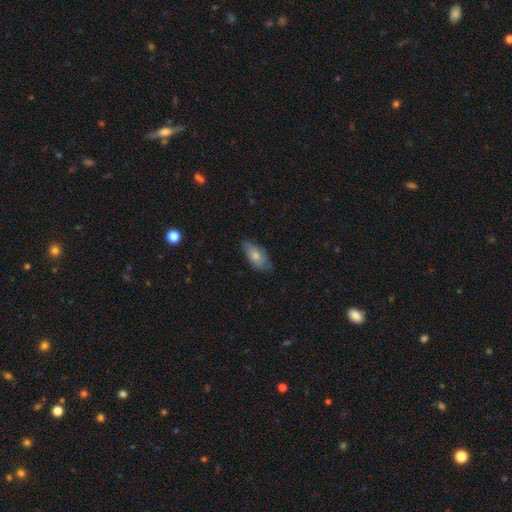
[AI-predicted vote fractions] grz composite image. It shows a smooth galaxy with no disk features (69%) that is in between round and cigar-shaped (90%). Merging: none (68%).